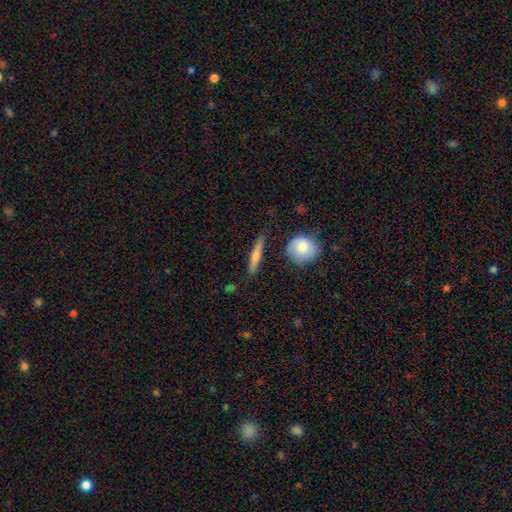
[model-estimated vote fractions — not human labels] smooth 55%, featured or disk 39%, star or artifact 6%. Down the decision tree: how rounded — cigar-shaped (84%); merging — none (84%).